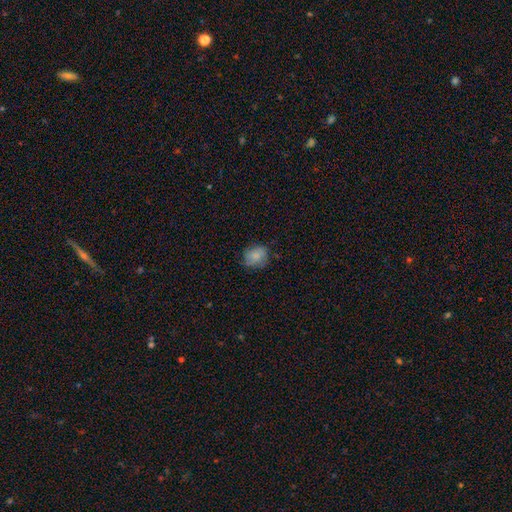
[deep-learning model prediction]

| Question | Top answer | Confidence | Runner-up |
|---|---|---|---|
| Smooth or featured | smooth | 74% | featured or disk (17%) |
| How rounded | round | 62% | in between (37%) |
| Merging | none | 70% | minor disturbance (22%) |